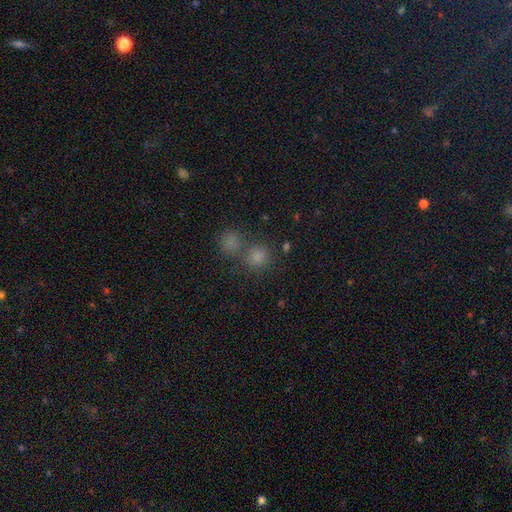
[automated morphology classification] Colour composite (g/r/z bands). It shows a smooth galaxy with no disk features (71%) that is round (86%). Merging: none (55%).